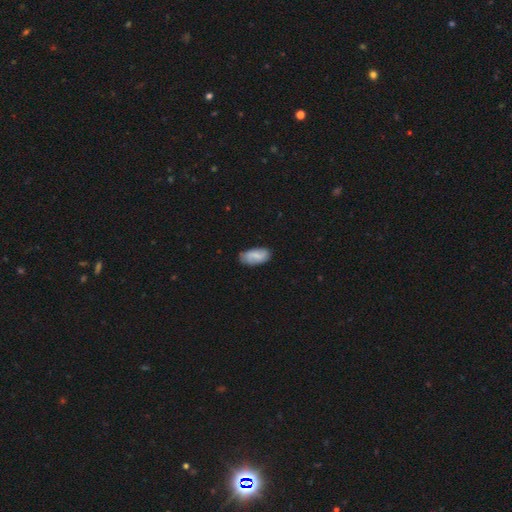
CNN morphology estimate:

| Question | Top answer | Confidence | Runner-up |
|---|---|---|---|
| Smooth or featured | smooth | 70% | featured or disk (23%) |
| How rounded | in between | 93% | cigar-shaped (4%) |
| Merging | none | 77% | minor disturbance (19%) |